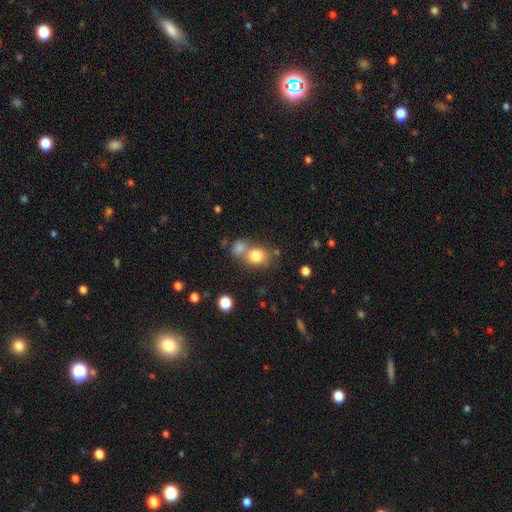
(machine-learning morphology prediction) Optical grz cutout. It shows a smooth galaxy with no disk features (79%) that is round (67%). Merging: none (46%).